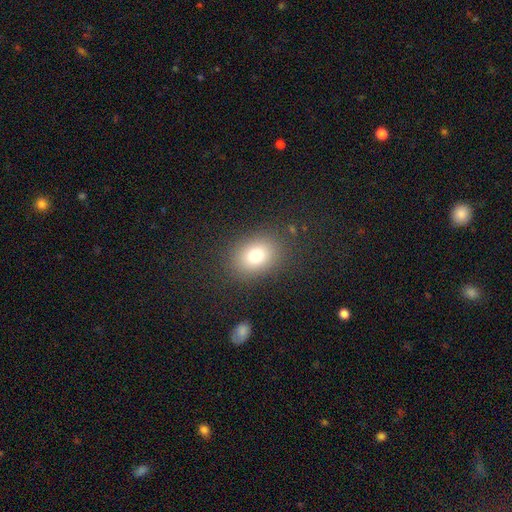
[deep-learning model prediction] Q: Smooth or featured?
A: smooth (76%); runner-up: star or artifact (14%)
Q: How rounded?
A: in between (54%); runner-up: round (45%)
Q: Merging?
A: none (85%); runner-up: minor disturbance (9%)